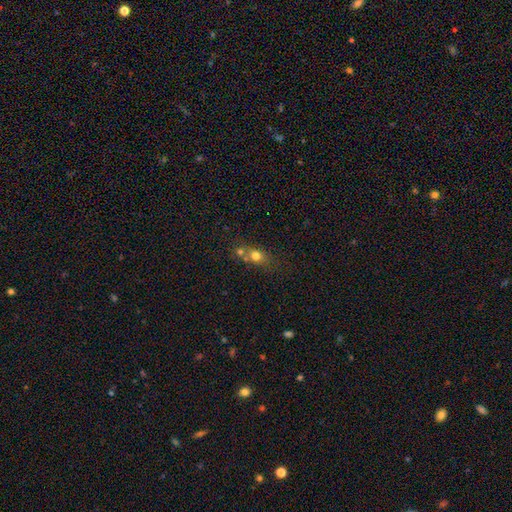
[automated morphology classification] This appears to be a smooth galaxy with no disk features (70%) that is round (61%). Merging: merger (45%).